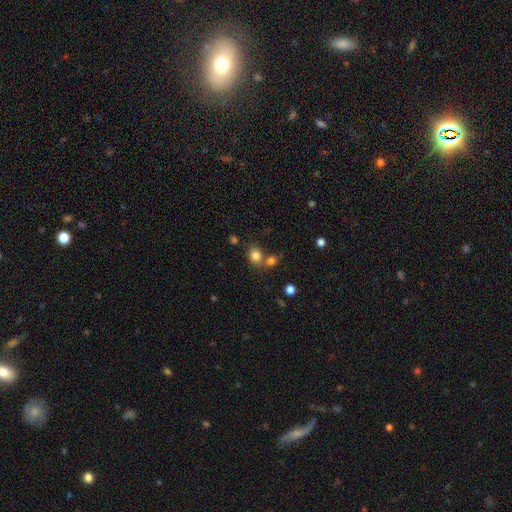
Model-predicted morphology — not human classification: Smooth or featured? smooth (81%)
How rounded? round (64%)
Merging? none (54%)